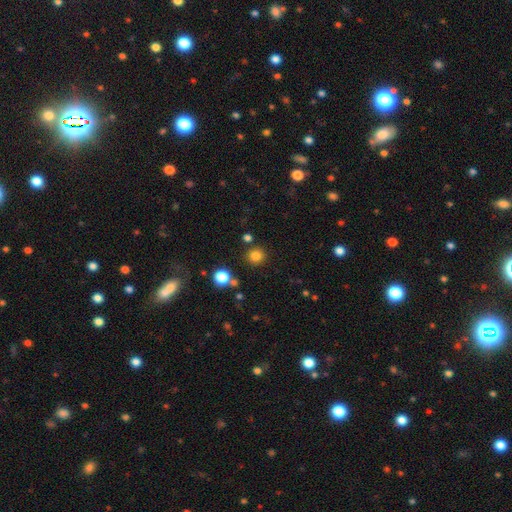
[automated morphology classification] smooth 81%, star or artifact 15%, featured or disk 5%. Down the decision tree: how rounded — round (93%); merging — none (86%).